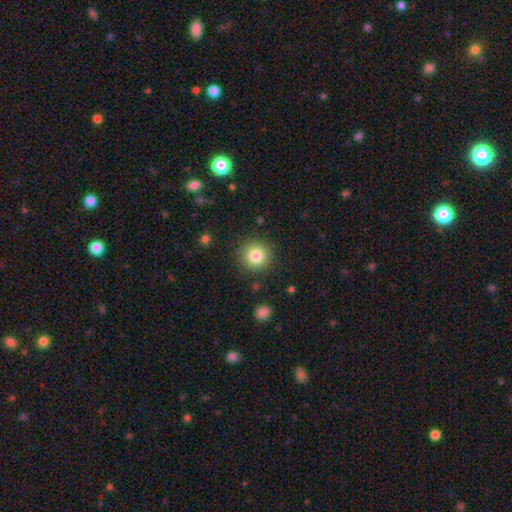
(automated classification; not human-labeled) Morphology: type=smooth (81%); roundness=round (93%); merging=none (88%).